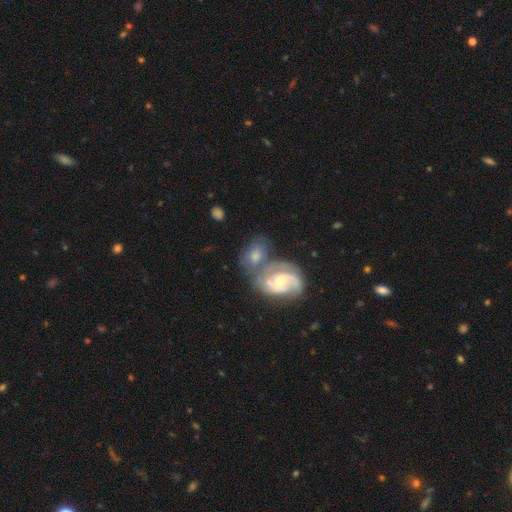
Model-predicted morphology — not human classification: Overall: featured or disk (58%; smooth 35%). Edge-on disk: no (96%). Bar: no (58%; weak 35%). Spiral arms: yes (85%). Bulge size: small (50%; moderate 42%). Merging: merger (58%; none 24%).